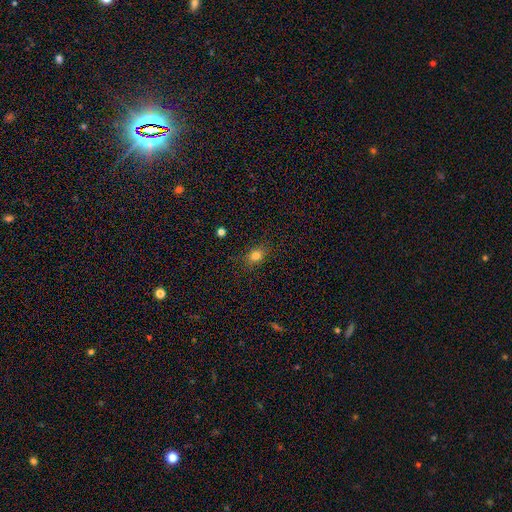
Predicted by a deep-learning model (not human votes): Q: Smooth or featured?
A: smooth (80%); runner-up: star or artifact (13%)
Q: How rounded?
A: in between (56%); runner-up: round (42%)
Q: Merging?
A: none (83%); runner-up: minor disturbance (12%)